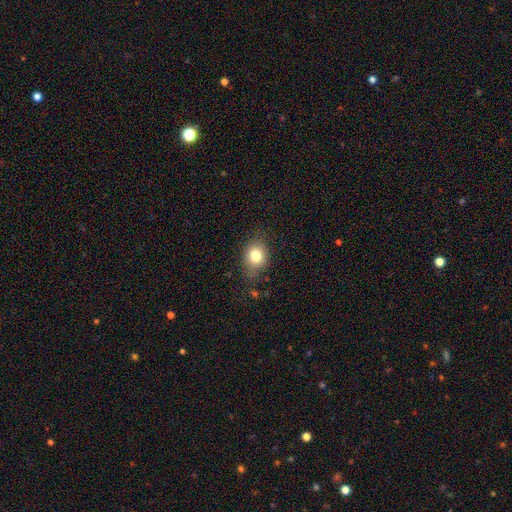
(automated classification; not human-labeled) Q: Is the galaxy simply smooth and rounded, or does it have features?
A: smooth — 78%.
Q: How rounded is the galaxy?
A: in between — 51%.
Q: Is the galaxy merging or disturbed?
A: none — 75%.